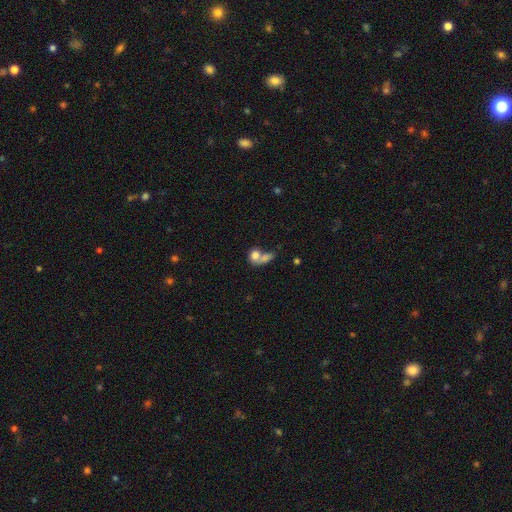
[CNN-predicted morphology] This is likely a smooth galaxy (76%). How rounded: possibly in between (51%). Merging: likely merger (65%).